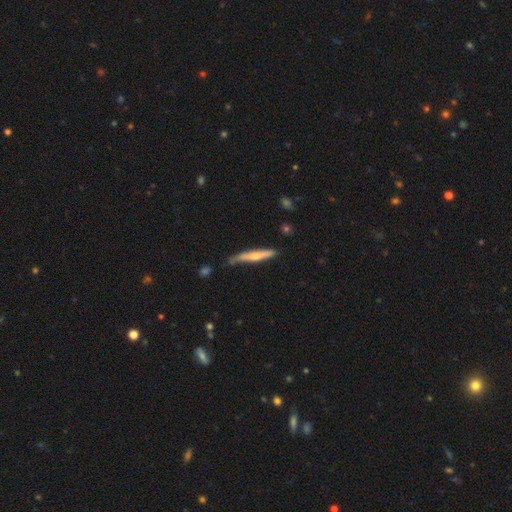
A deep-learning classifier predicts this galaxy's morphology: The model was most divided on "smooth or featured": smooth: 53%, featured or disk: 42%, star or artifact: 5%. More confident: how rounded — cigar-shaped (93%); merging — none (67%).